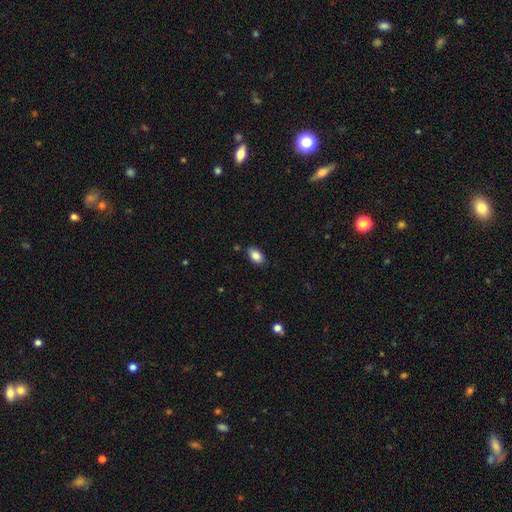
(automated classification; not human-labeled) A smooth galaxy with no disk features (87%) that is in between round and cigar-shaped (92%). Merging: none (85%).